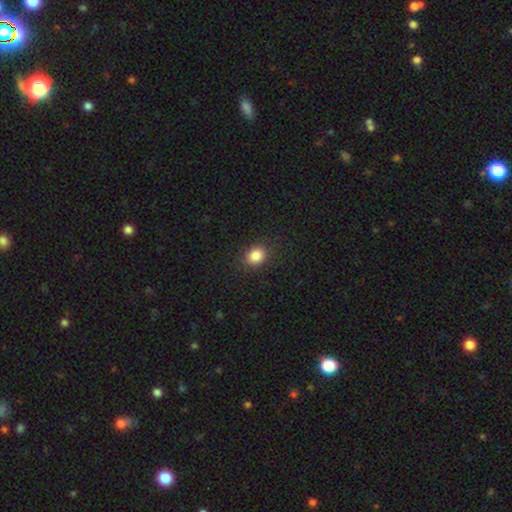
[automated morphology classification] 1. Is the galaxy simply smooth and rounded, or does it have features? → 85% smooth, 10% star or artifact, 5% featured or disk.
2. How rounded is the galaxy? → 51% round, 48% in between, 1% cigar-shaped.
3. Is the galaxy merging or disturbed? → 87% none, 9% minor disturbance, 3% major disturbance, 1% merger.